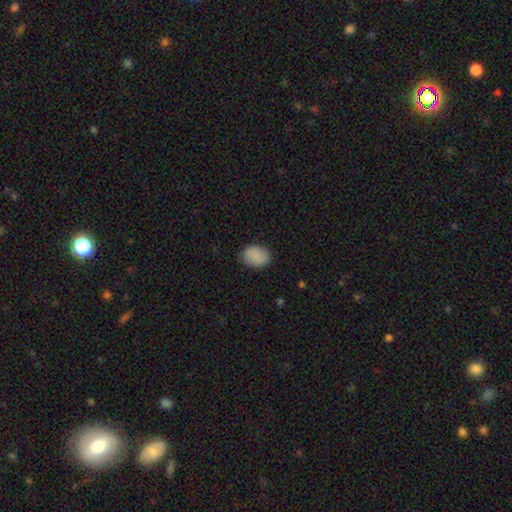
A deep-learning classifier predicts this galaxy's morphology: A smooth galaxy with no disk features (86%) that is in between round and cigar-shaped (70%).

Vote fractions:
- Smooth or featured? smooth: 86% / star or artifact: 8% / featured or disk: 7%
- How rounded? in between: 70% / round: 29% / cigar-shaped: 1%
- Merging? none: 84% / minor disturbance: 13% / major disturbance: 3% / merger: 1%